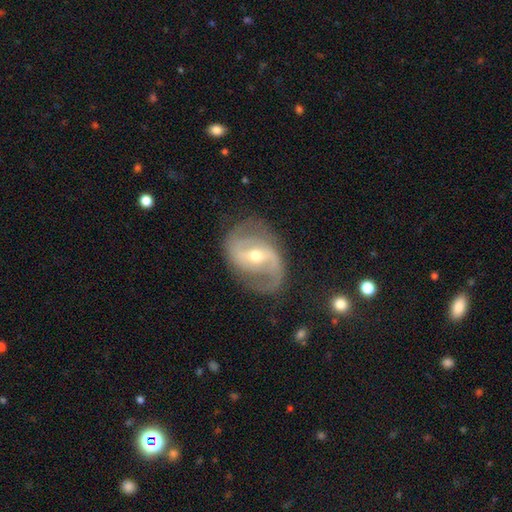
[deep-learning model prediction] Q: Smooth or featured?
A: featured or disk (87%); runner-up: smooth (8%)
Q: Edge-on disk?
A: no (97%); runner-up: yes (3%)
Q: Bar?
A: weak (47%); runner-up: strong (32%)
Q: Spiral arms?
A: yes (94%); runner-up: no (6%)
Q: Spiral winding?
A: medium (49%); runner-up: loose (31%)
Q: Spiral arm count?
A: 2 (84%); runner-up: 1 (6%)
Q: Bulge size?
A: moderate (61%); runner-up: small (35%)
Q: Merging?
A: none (72%); runner-up: minor disturbance (17%)